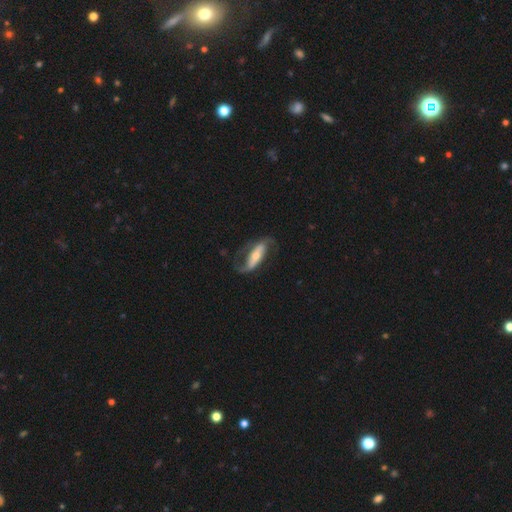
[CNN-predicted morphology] A featured or disk galaxy (73%) with a strong bar (54%), 2 (83%) loose (53%) spiral arms (86%) and a small central bulge (47%). Merging: none (58%).